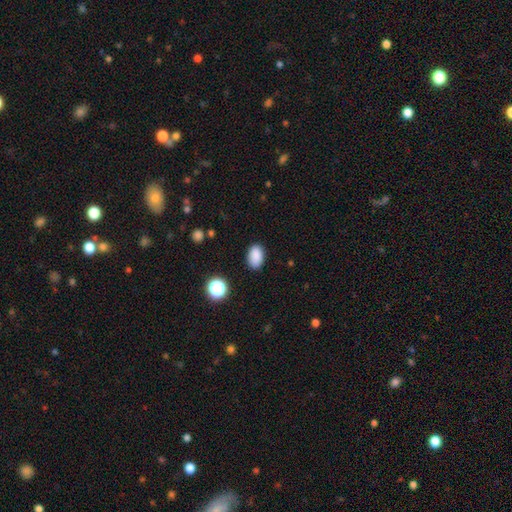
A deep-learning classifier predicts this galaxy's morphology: Smooth or featured? Predicted: smooth (p=0.87). How rounded? Predicted: in between (p=0.88). Merging? Predicted: none (p=0.86).